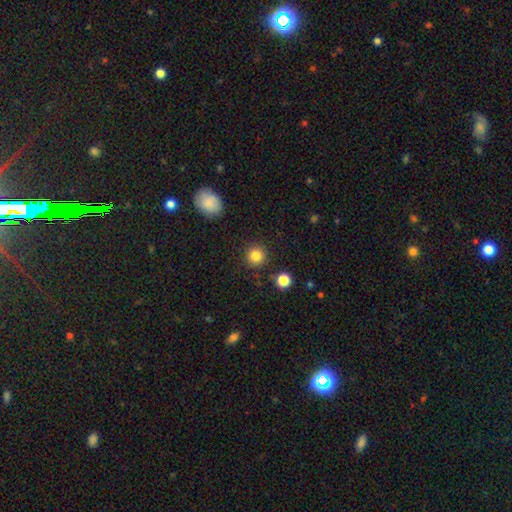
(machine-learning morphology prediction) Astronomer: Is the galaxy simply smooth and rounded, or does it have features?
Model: smooth — 84%.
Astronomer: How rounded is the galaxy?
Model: round — 95%.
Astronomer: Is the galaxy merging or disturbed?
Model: none — 90%.